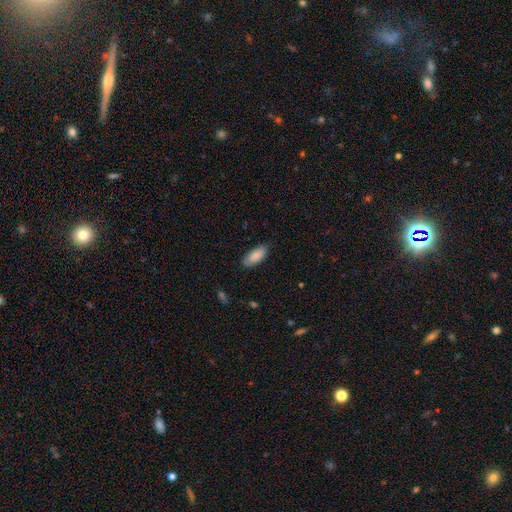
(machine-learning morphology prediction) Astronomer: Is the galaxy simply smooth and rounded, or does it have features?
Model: smooth — 87%.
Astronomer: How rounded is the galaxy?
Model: in between — 82%.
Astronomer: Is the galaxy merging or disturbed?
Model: none — 81%.